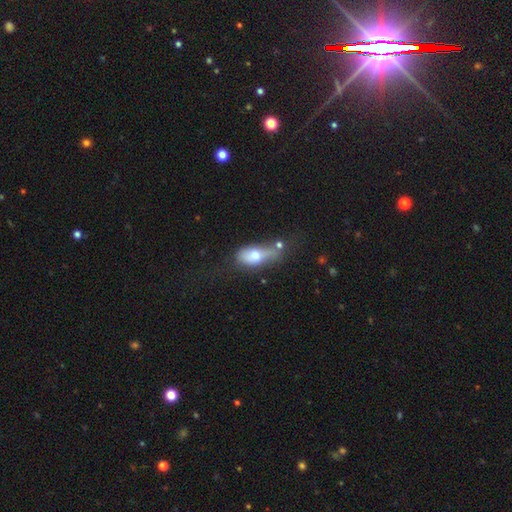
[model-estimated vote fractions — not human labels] This is likely a smooth galaxy (66%). How rounded: clearly in between (81%). Merging: marginally none (29%).